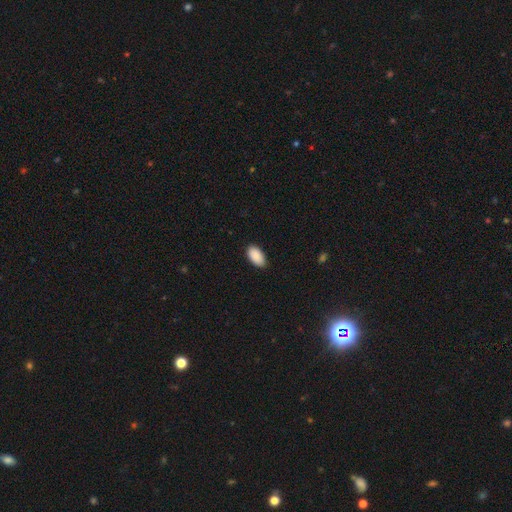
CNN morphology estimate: smooth_or_featured: smooth (p=0.91) [alt: star or artifact p=0.06]
how_rounded: in between (p=0.96) [alt: round p=0.03]
merging: none (p=0.87) [alt: minor disturbance p=0.10]